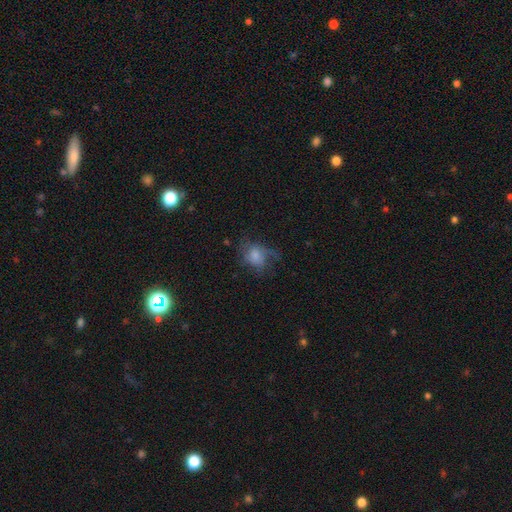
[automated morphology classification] type=smooth (51%); roundness=in between (60%); merging=none (40%).